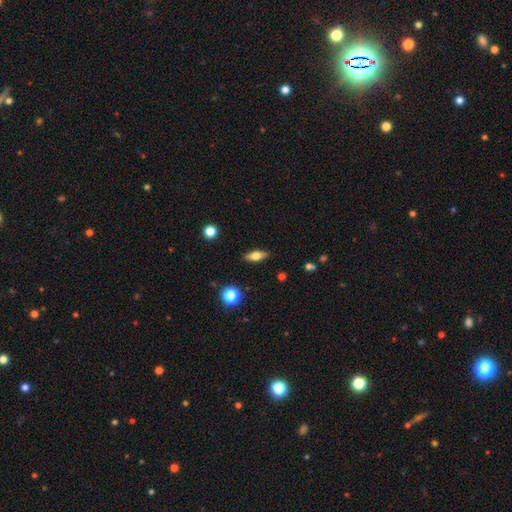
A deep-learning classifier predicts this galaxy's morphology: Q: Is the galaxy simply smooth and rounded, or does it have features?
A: smooth — 55%.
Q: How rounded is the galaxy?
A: in between — 65%.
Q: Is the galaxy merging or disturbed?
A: none — 87%.